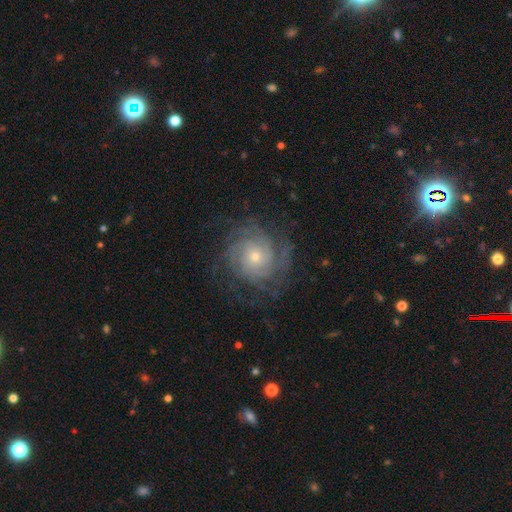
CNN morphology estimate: Q: Smooth or featured?
A: featured or disk (80%); runner-up: smooth (10%)
Q: Edge-on disk?
A: no (97%); runner-up: yes (3%)
Q: Bar?
A: no (79%); runner-up: weak (17%)
Q: Spiral arms?
A: yes (96%); runner-up: no (4%)
Q: Spiral winding?
A: tight (72%); runner-up: medium (22%)
Q: Spiral arm count?
A: can't tell (36%); runner-up: 3 (17%)
Q: Bulge size?
A: small (60%); runner-up: moderate (34%)
Q: Merging?
A: none (78%); runner-up: minor disturbance (13%)